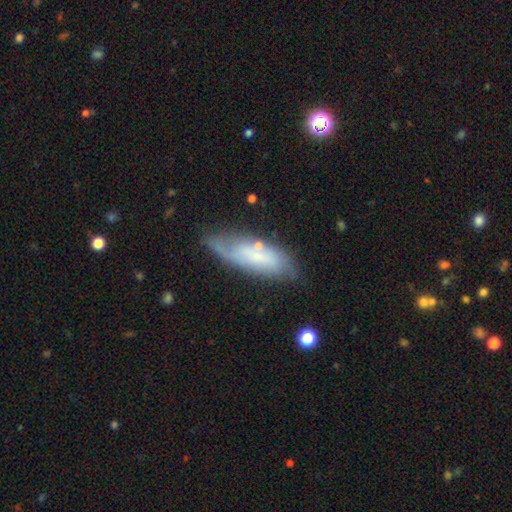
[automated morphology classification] type=smooth (49%); merging=none (57%).